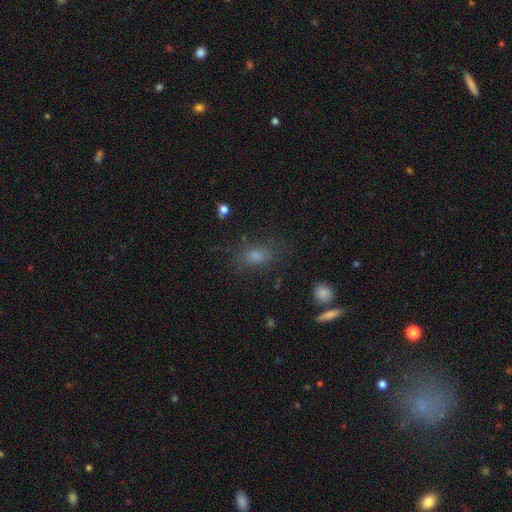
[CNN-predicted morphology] A smooth galaxy with no disk features (63%) that is in between round and cigar-shaped (67%).

Vote fractions:
- Smooth or featured? smooth: 63% / star or artifact: 20% / featured or disk: 17%
- How rounded? in between: 67% / round: 30% / cigar-shaped: 3%
- Merging? none: 72% / minor disturbance: 16% / major disturbance: 9% / merger: 2%